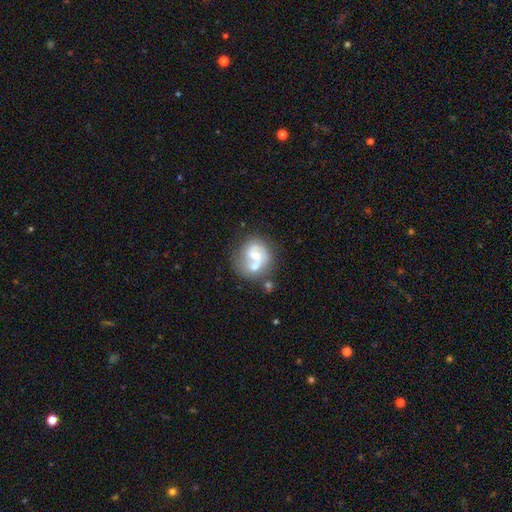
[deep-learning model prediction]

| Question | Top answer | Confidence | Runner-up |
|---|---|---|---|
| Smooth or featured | featured or disk | 65% | smooth (27%) |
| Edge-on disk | no | 98% | yes (2%) |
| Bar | no | 54% | weak (37%) |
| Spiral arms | yes | 78% | no (22%) |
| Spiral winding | medium | 45% | loose (29%) |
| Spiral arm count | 2 | 61% | 1 (23%) |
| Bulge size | moderate | 49% | small (36%) |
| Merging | none | 40% | merger (31%) |